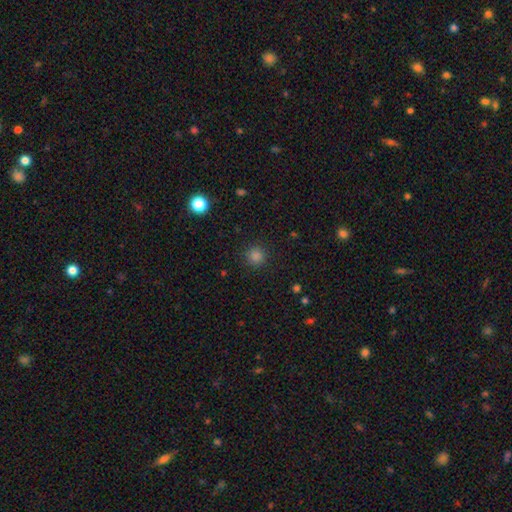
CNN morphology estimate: The model was most divided on "smooth or featured": smooth: 81%, star or artifact: 15%, featured or disk: 3%. More confident: how rounded — round (95%); merging — none (91%).